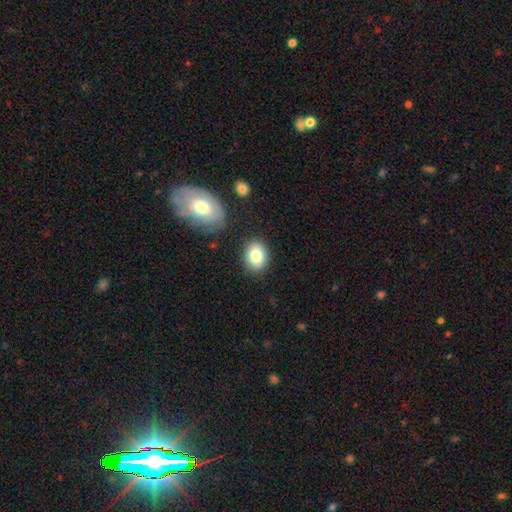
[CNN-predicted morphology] This appears to be a smooth galaxy with no disk features (82%) that is in between round and cigar-shaped (57%). Merging: none (85%).